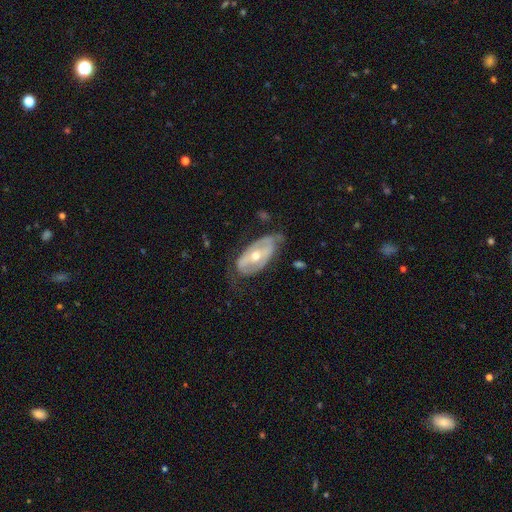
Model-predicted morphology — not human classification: The model was most divided on "spiral arms": no: 51%, yes: 49%. Remaining: edge-on disk — no (89%); smooth or featured — featured or disk (69%); bulge size — moderate (59%); merging — none (55%); bar — no (43%).